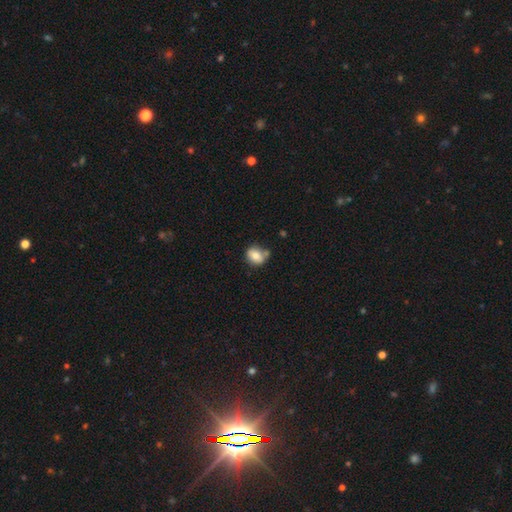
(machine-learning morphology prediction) type=smooth (77%); roundness=in between (49%, tied with round); merging=none (57%).